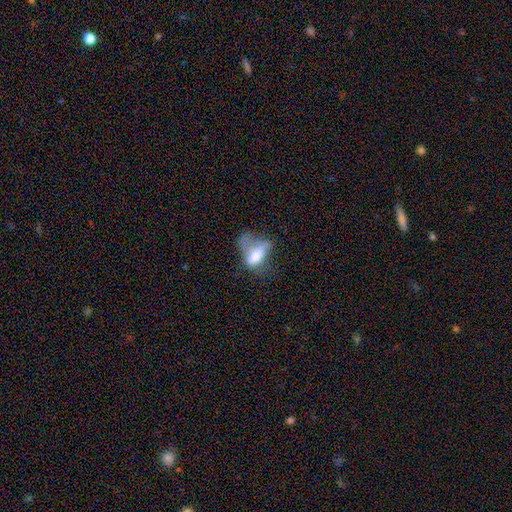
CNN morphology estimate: The model was most divided on "smooth or featured": smooth: 59%, featured or disk: 31%, star or artifact: 10%. More confident: how rounded — in between (81%); merging — major disturbance (54%).